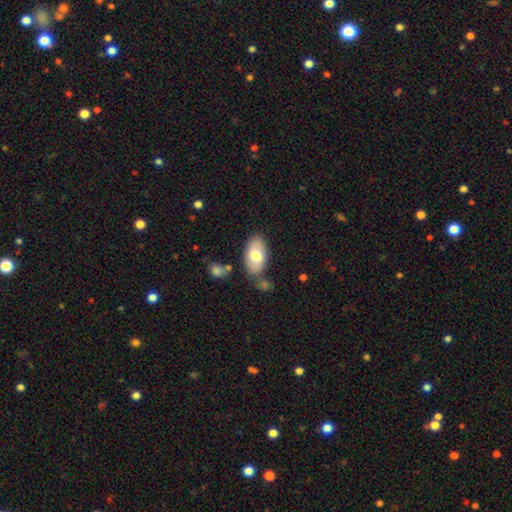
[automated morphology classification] Smooth or featured? Predicted: smooth (p=0.73). How rounded? Predicted: in between (p=0.94). Merging? Predicted: none (p=0.74).